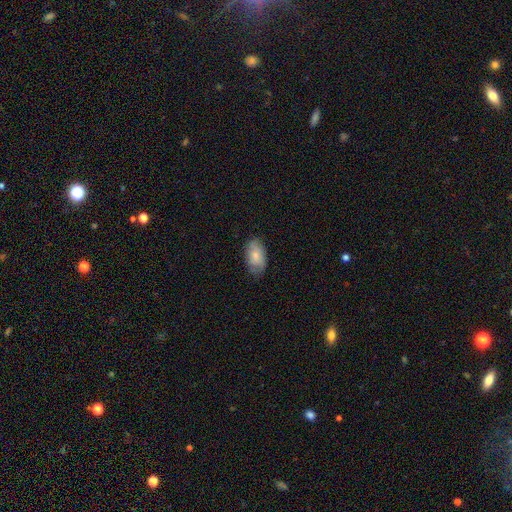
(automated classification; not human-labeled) Q: Smooth or featured?
A: smooth (77%); runner-up: featured or disk (17%)
Q: How rounded?
A: in between (93%); runner-up: round (5%)
Q: Merging?
A: none (73%); runner-up: minor disturbance (22%)